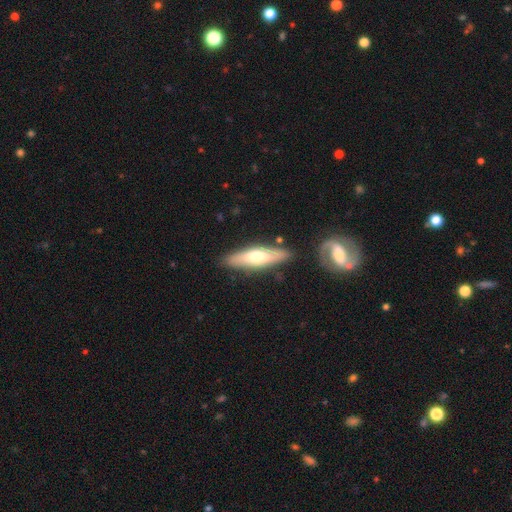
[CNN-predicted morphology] smooth 55%, featured or disk 39%, star or artifact 6%. Down the decision tree: how rounded — cigar-shaped (65%); merging — none (82%).